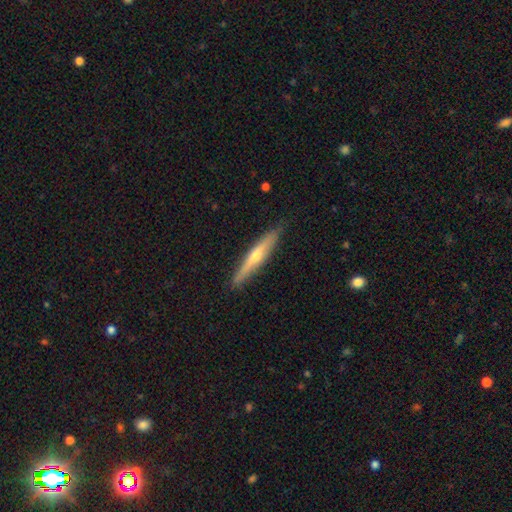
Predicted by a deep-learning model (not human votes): This appears to be a featured or disk galaxy (58%) viewed edge-on (95%) with a rounded central bulge (78%). Merging: none (87%).